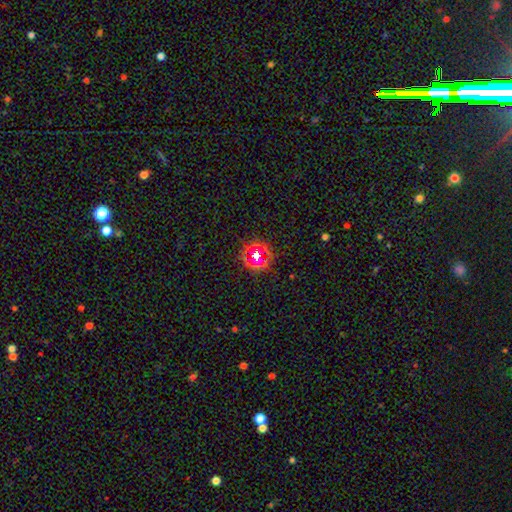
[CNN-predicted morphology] Smooth or featured? star or artifact (54%)